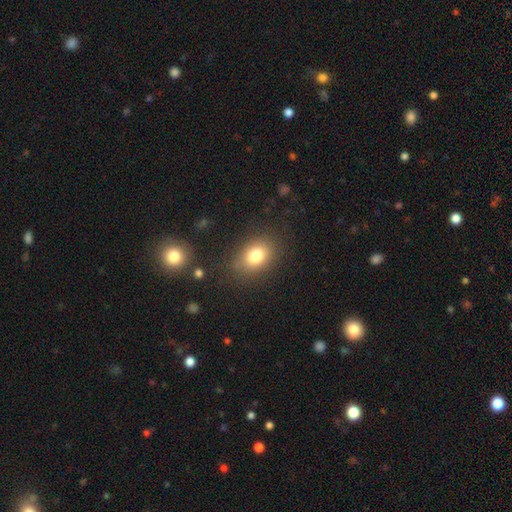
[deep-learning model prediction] A smooth galaxy with no disk features (78%) that is in between round and cigar-shaped (65%).

Vote fractions:
- Smooth or featured? smooth: 78% / star or artifact: 12% / featured or disk: 10%
- How rounded? in between: 65% / round: 33% / cigar-shaped: 1%
- Merging? none: 81% / minor disturbance: 13% / major disturbance: 5% / merger: 2%